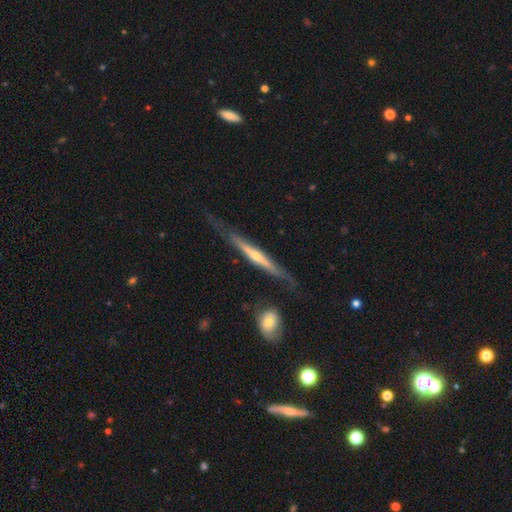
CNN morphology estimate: This is likely a featured or disk galaxy (77%). It is clearly viewed edge-on (94%). Edge-on bulge: likely rounded (65%). Merging: likely none (73%).